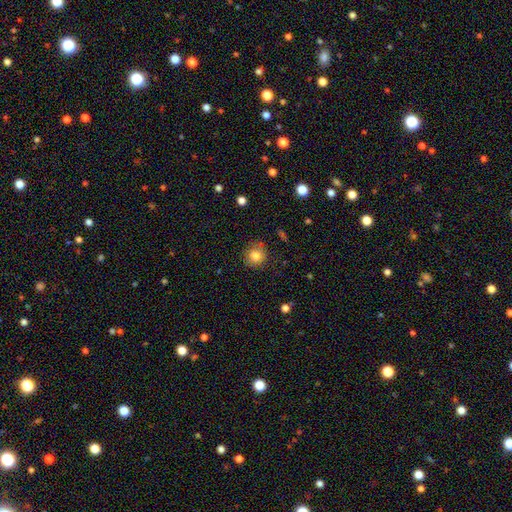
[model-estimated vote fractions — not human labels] Q: Smooth or featured?
A: smooth (81%); runner-up: star or artifact (10%)
Q: How rounded?
A: round (87%); runner-up: in between (12%)
Q: Merging?
A: none (80%); runner-up: minor disturbance (14%)